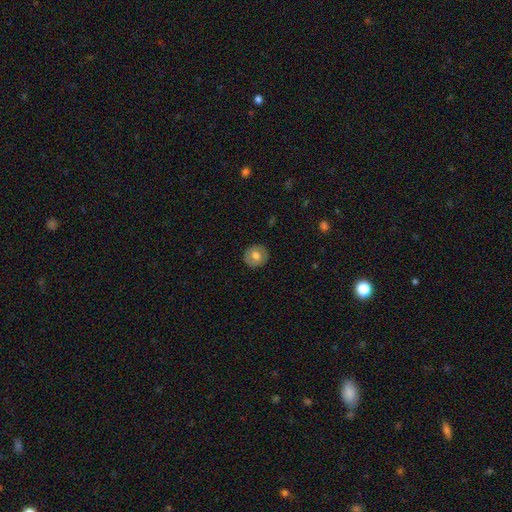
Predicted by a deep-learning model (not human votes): Smooth or featured: smooth — 71% (featured or disk — 22%)
How rounded: round — 90% (in between — 9%)
Merging: none — 90% (minor disturbance — 7%)